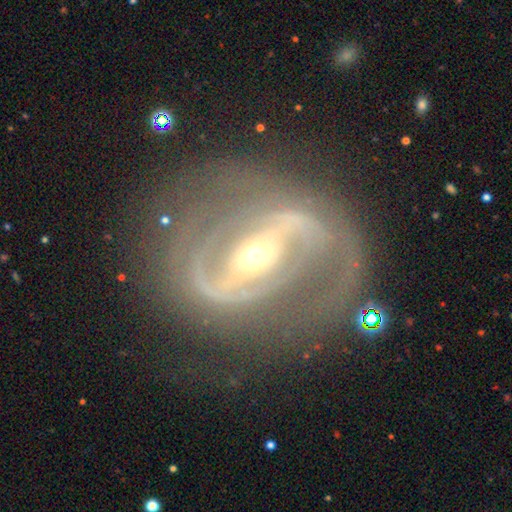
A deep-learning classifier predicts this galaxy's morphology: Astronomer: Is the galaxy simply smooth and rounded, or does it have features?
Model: featured or disk — 88%.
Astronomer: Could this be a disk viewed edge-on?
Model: no — 95%.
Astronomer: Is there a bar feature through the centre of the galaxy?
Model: strong — 59%.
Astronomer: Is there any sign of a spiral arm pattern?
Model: yes — 87%.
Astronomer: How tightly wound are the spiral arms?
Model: medium — 44% (runner-up: tight, 39%).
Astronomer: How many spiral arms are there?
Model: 2 — 75%.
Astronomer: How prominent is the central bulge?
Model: small — 47%, tied with moderate at 47%.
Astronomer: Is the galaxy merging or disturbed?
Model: none — 62%.